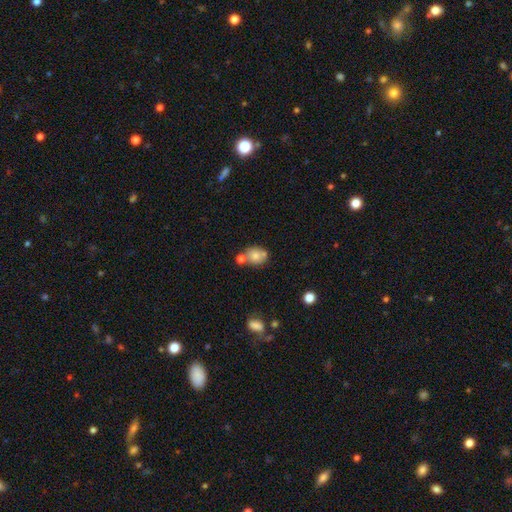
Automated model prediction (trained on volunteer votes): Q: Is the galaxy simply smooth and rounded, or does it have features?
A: smooth — 75%.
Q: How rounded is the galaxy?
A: round — 54%.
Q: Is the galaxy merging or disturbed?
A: none — 57%.